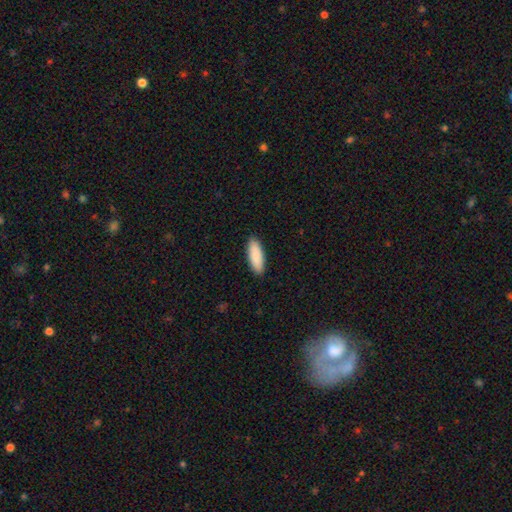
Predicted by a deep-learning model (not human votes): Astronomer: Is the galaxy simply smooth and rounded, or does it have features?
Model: smooth — 90%.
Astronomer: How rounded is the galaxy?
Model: in between — 64%.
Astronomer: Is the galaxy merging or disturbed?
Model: none — 90%.